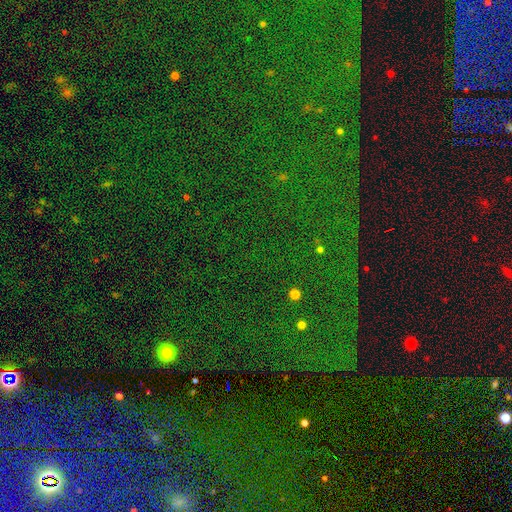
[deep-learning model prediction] Smooth or featured?
  - star or artifact: 82% *
  - smooth: 10%
  - featured or disk: 8%